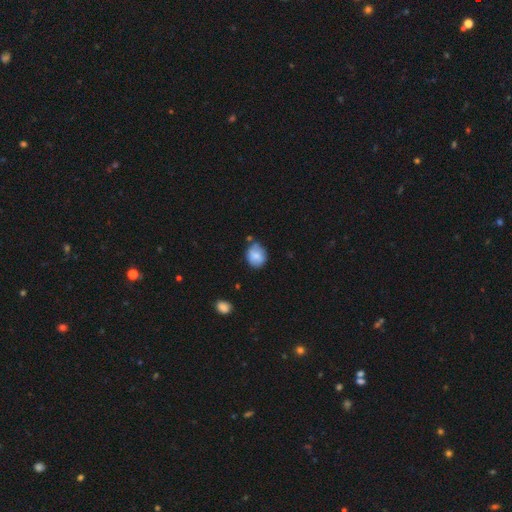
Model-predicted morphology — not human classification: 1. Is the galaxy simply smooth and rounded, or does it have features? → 77% smooth, 15% featured or disk, 8% star or artifact.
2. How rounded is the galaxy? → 57% round, 41% in between, 1% cigar-shaped.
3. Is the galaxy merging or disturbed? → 59% none, 29% minor disturbance, 7% merger, 5% major disturbance.